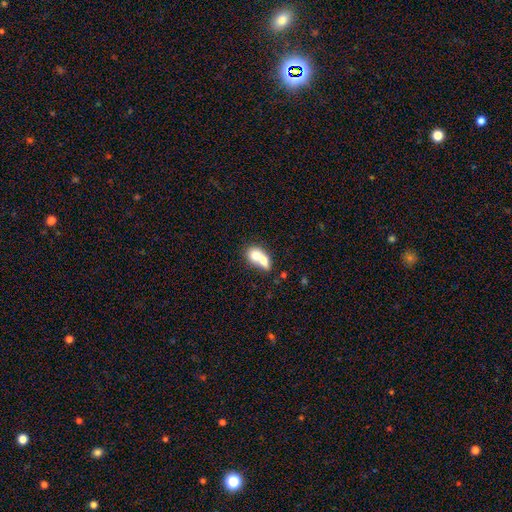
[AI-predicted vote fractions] Smooth or featured? smooth (68%)
How rounded? in between (57%)
Merging? merger (76%)